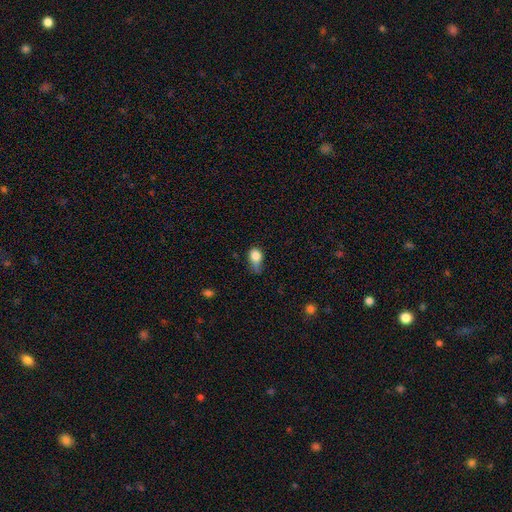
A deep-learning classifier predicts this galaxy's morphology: A smooth galaxy with no disk features (81%) that is in between round and cigar-shaped (66%). Merging: minor disturbance (44%).